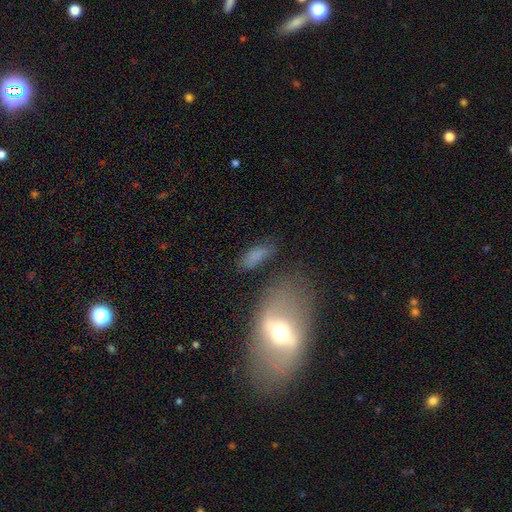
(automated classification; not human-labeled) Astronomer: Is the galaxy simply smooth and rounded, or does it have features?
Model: smooth — 77%.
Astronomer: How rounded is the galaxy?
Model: in between — 73%.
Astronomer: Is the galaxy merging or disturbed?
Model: none — 63%.